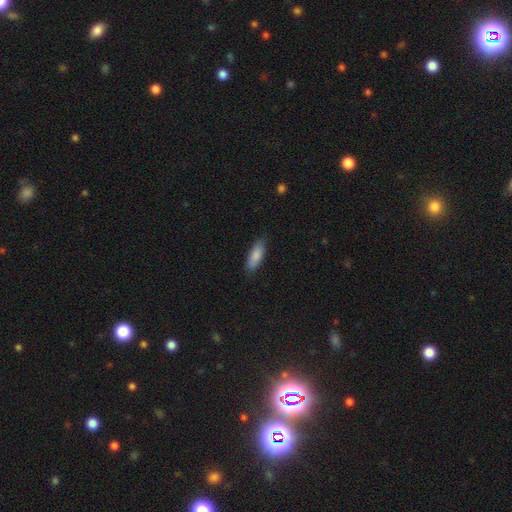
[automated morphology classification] Smooth or featured? Predicted: smooth (p=0.85). How rounded? Predicted: in between (p=0.65). Merging? Predicted: none (p=0.83).